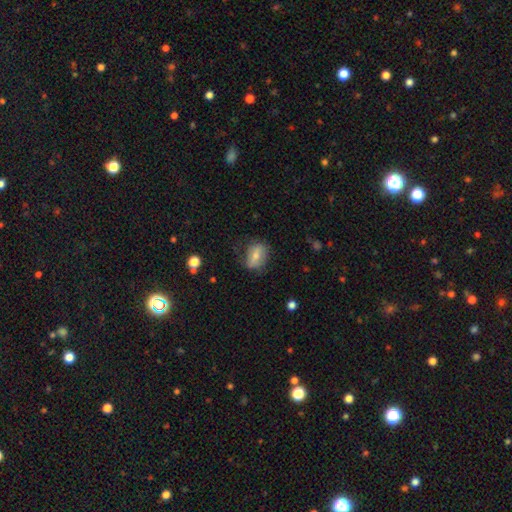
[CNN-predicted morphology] smooth_or_featured: smooth (p=0.60) [alt: featured or disk p=0.32]
how_rounded: in between (p=0.75) [alt: round p=0.20]
merging: none (p=0.64) [alt: minor disturbance p=0.24]